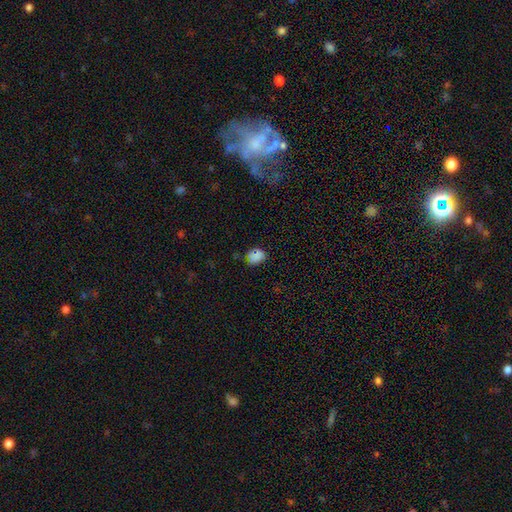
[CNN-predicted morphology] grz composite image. It shows a smooth galaxy with no disk features (74%) that is in between round and cigar-shaped (57%). Merging: none (74%).